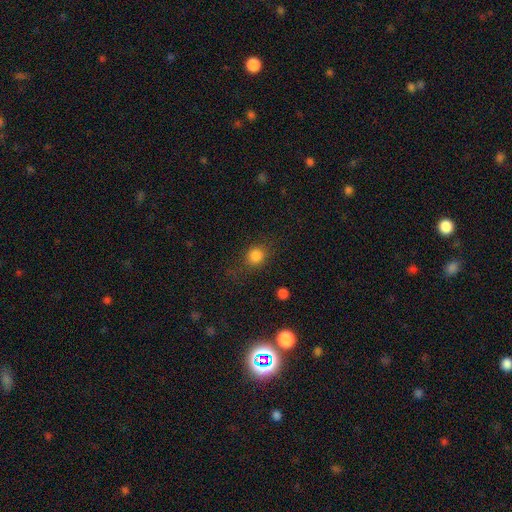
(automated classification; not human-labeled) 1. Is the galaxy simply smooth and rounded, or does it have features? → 83% smooth, 12% star or artifact, 6% featured or disk.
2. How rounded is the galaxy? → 75% round, 24% in between, 1% cigar-shaped.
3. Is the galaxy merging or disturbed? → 76% none, 14% minor disturbance, 8% major disturbance, 2% merger.